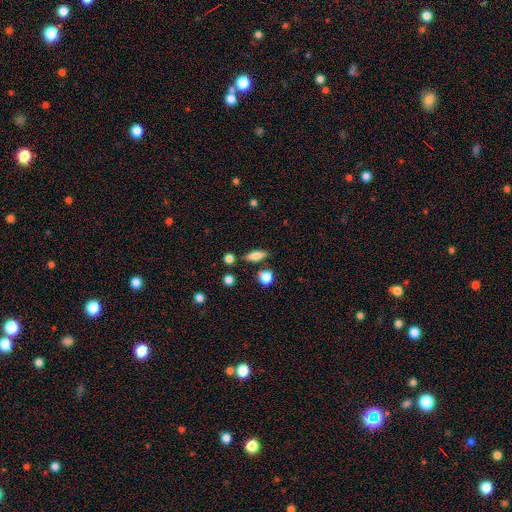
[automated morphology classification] A smooth galaxy with no disk features (77%) that is in between round and cigar-shaped (64%).

Vote fractions:
- Smooth or featured? smooth: 77% / featured or disk: 14% / star or artifact: 9%
- How rounded? in between: 64% / cigar-shaped: 28% / round: 8%
- Merging? none: 78% / minor disturbance: 13% / merger: 6% / major disturbance: 4%